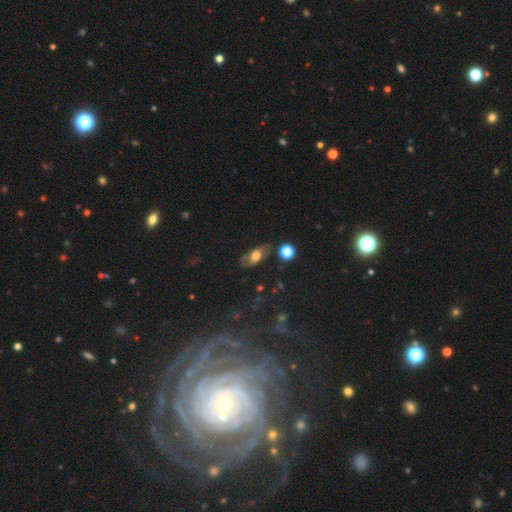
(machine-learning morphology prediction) Smooth or featured?
  - smooth: 51% *
  - featured or disk: 38%
  - star or artifact: 10%
How rounded?
  - in between: 81% *
  - cigar-shaped: 11%
  - round: 9%
Merging?
  - none: 68% *
  - minor disturbance: 21%
  - major disturbance: 8%
  - merger: 4%